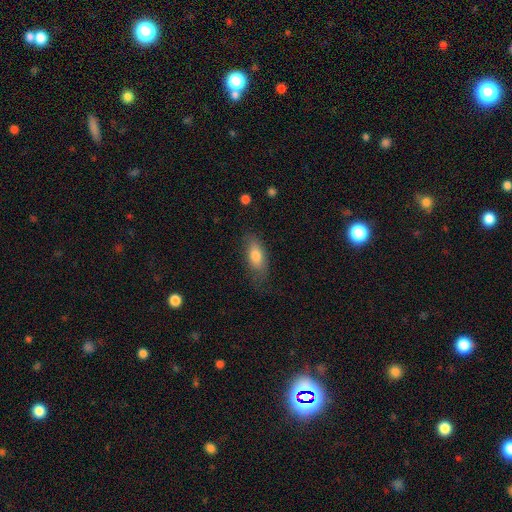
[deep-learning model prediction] A smooth galaxy with no disk features (76%) that is in between round and cigar-shaped (80%).

Vote fractions:
- Smooth or featured? smooth: 76% / featured or disk: 18% / star or artifact: 7%
- How rounded? in between: 80% / cigar-shaped: 17% / round: 3%
- Merging? none: 68% / minor disturbance: 23% / major disturbance: 8% / merger: 1%